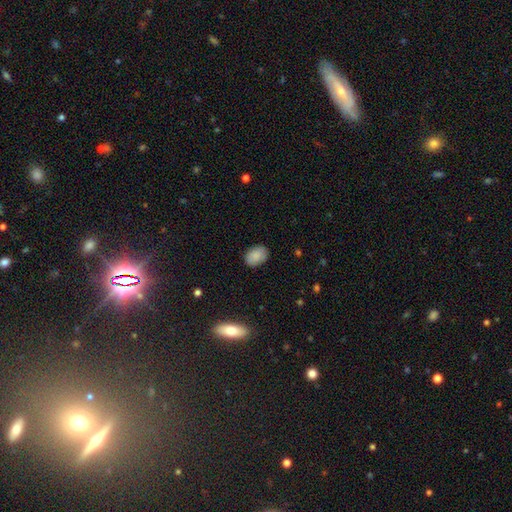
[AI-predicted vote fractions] This is clearly a smooth galaxy (87%). How rounded: likely in between (80%). Merging: clearly none (86%).